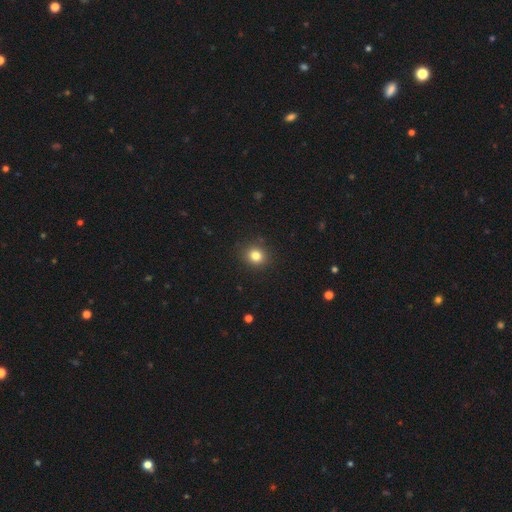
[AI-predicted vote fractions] Q: Smooth or featured?
A: smooth (82%); runner-up: star or artifact (12%)
Q: How rounded?
A: round (81%); runner-up: in between (18%)
Q: Merging?
A: none (89%); runner-up: minor disturbance (7%)